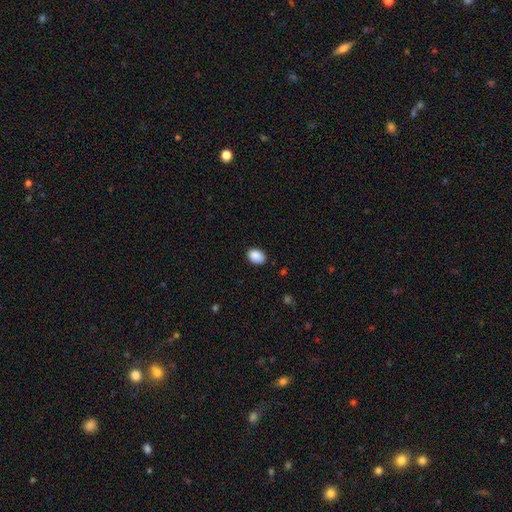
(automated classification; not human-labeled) smooth 89%, star or artifact 8%, featured or disk 3%. Down the decision tree: how rounded — in between (77%); merging — none (86%).